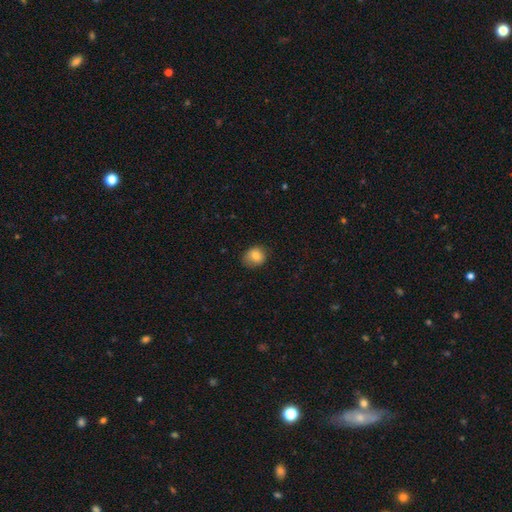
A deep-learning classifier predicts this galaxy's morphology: A smooth galaxy with no disk features (81%) that is round (61%).

Vote fractions:
- Smooth or featured? smooth: 81% / star or artifact: 9% / featured or disk: 9%
- How rounded? round: 61% / in between: 38% / cigar-shaped: 1%
- Merging? none: 69% / minor disturbance: 24% / major disturbance: 6% / merger: 1%